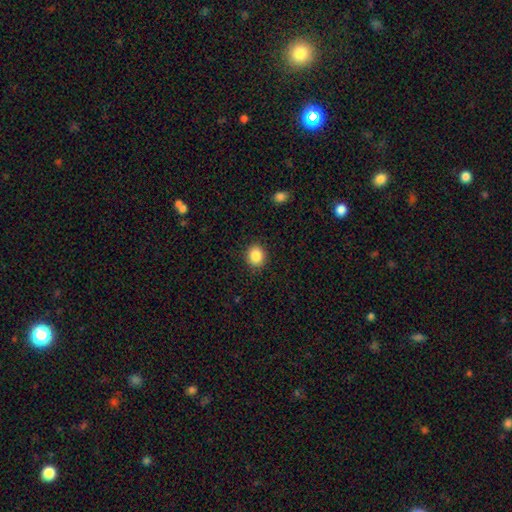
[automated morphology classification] smooth_or_featured: smooth (p=0.86) [alt: star or artifact p=0.09]
how_rounded: round (p=0.79) [alt: in between p=0.20]
merging: none (p=0.90) [alt: minor disturbance p=0.07]